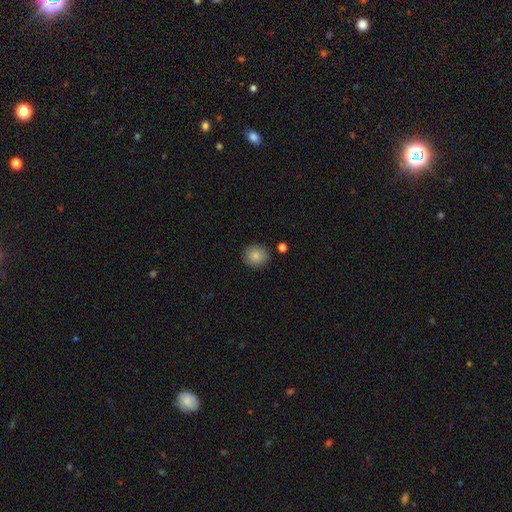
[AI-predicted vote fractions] Morphology: type=smooth (85%); roundness=round (81%); merging=none (87%).